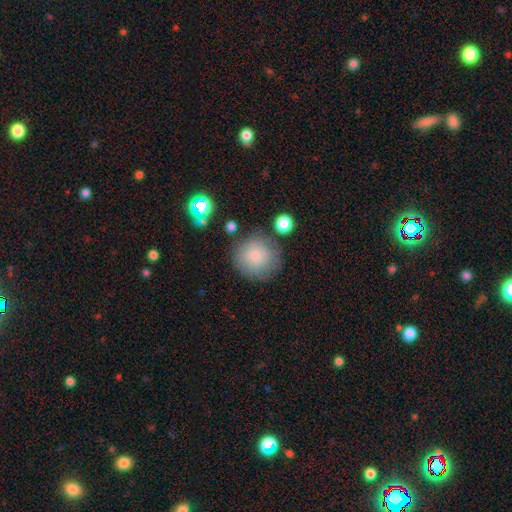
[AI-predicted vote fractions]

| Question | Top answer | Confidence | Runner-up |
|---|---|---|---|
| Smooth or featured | smooth | 82% | featured or disk (9%) |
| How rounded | round | 93% | in between (6%) |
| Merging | none | 77% | minor disturbance (14%) |